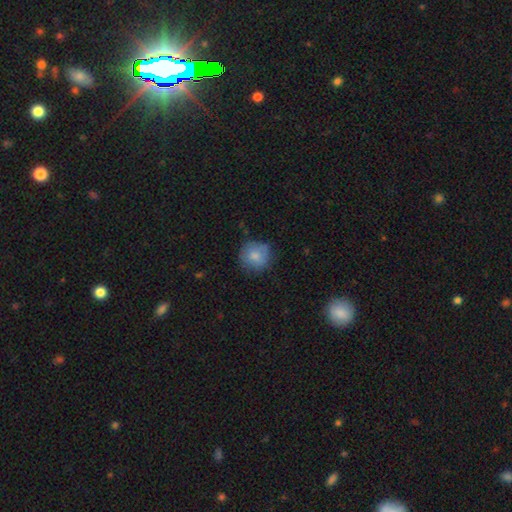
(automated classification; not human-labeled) A smooth galaxy with no disk features (77%) that is round (87%).

Vote fractions:
- Smooth or featured? smooth: 77% / featured or disk: 15% / star or artifact: 8%
- How rounded? round: 87% / in between: 12% / cigar-shaped: 1%
- Merging? none: 67% / minor disturbance: 24% / major disturbance: 7% / merger: 2%